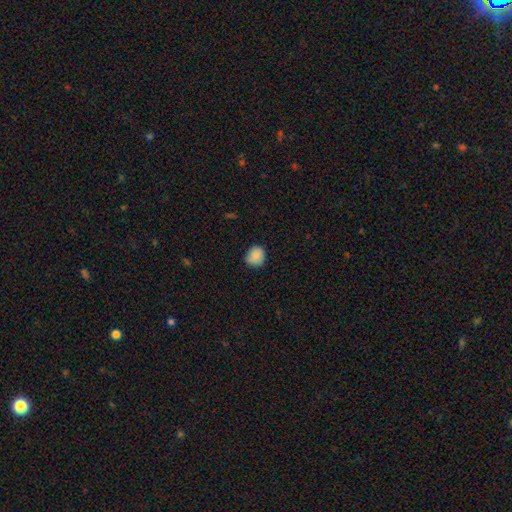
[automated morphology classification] The model was most divided on "how rounded": round: 78%, in between: 21%, cigar-shaped: 1%. More confident: smooth or featured — smooth (87%); merging — none (82%).